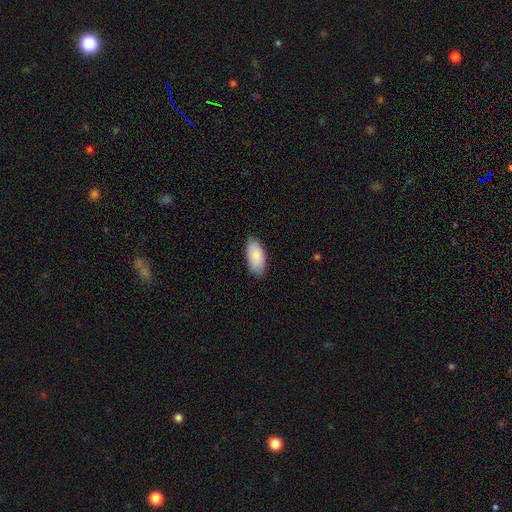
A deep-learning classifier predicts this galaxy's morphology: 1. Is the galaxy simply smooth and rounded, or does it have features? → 89% smooth, 6% featured or disk, 6% star or artifact.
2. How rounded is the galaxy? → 93% in between, 6% cigar-shaped, 2% round.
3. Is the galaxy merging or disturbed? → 84% none, 13% minor disturbance, 2% major disturbance, 1% merger.